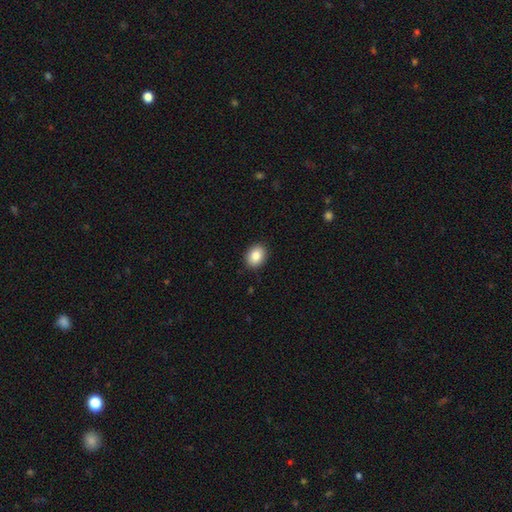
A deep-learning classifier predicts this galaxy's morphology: The model was most divided on "how rounded": in between: 58%, round: 41%, cigar-shaped: 1%. More confident: merging — none (90%); smooth or featured — smooth (86%).